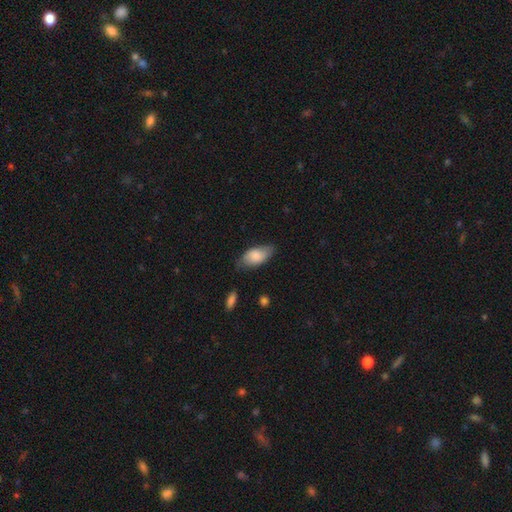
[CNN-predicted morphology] This is likely a smooth galaxy (79%). How rounded: clearly in between (92%). Merging: likely none (67%).